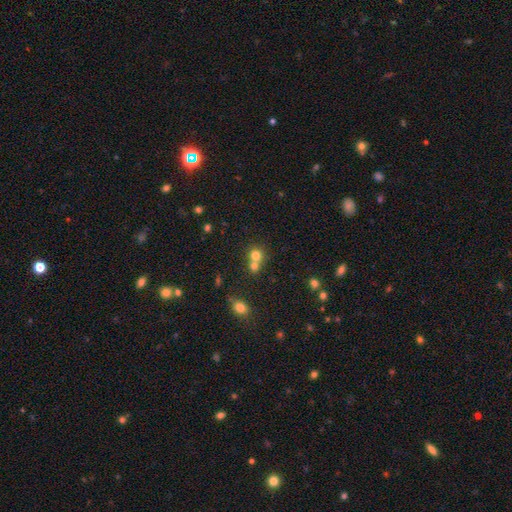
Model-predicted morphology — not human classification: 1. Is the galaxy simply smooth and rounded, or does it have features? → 75% smooth, 14% star or artifact, 11% featured or disk.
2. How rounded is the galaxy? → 82% round, 16% in between, 1% cigar-shaped.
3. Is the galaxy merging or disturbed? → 52% merger, 39% none, 6% minor disturbance, 3% major disturbance.